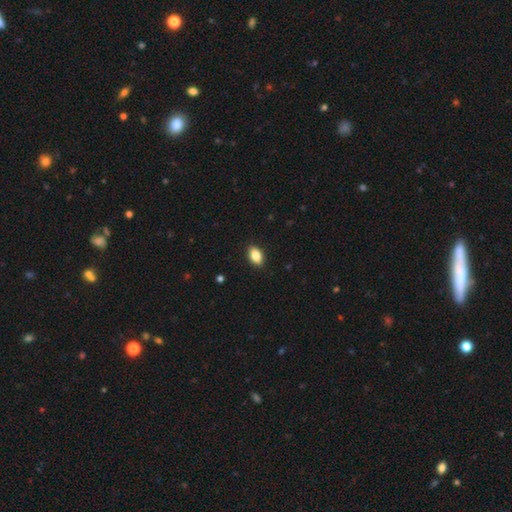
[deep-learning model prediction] The model was most divided on "smooth or featured": smooth: 85%, star or artifact: 8%, featured or disk: 7%. More confident: how rounded — in between (89%); merging — none (89%).